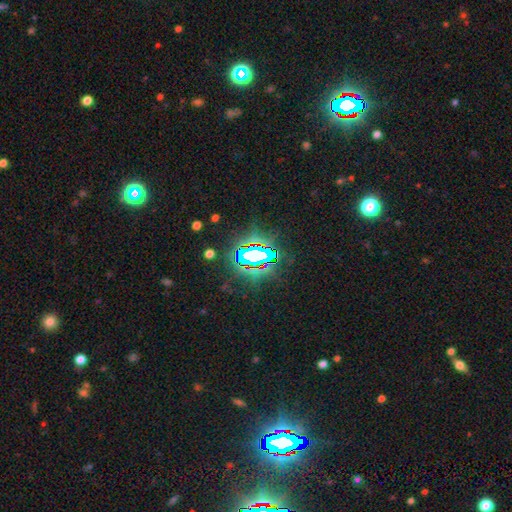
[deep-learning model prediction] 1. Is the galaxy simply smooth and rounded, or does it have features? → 76% star or artifact, 13% smooth, 11% featured or disk.